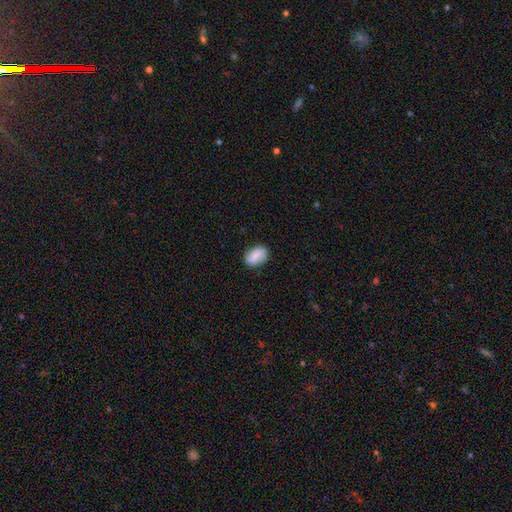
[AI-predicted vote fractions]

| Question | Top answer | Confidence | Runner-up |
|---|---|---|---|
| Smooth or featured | smooth | 79% | featured or disk (14%) |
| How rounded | in between | 85% | round (14%) |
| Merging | none | 84% | minor disturbance (12%) |